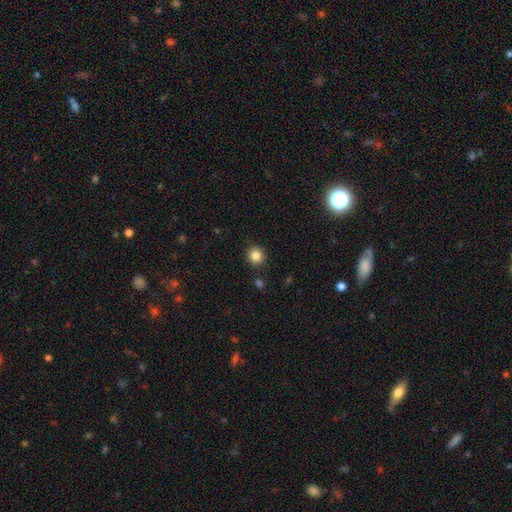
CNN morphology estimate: A smooth galaxy with no disk features (84%) that is round (88%). Merging: none (90%).